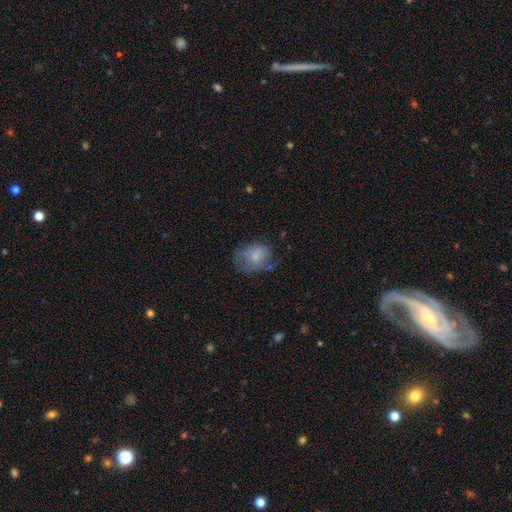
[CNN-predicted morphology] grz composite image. It shows a smooth galaxy with no disk features (71%) that is in between round and cigar-shaped (50%). Merging: none (48%).